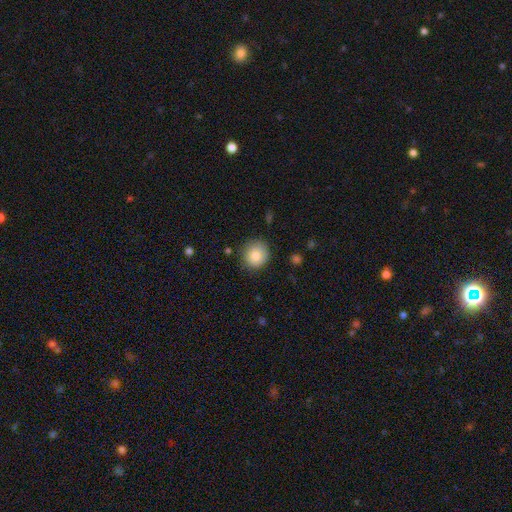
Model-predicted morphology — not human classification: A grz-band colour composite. It shows a smooth galaxy with no disk features (83%) that is round (89%). Merging: none (83%).